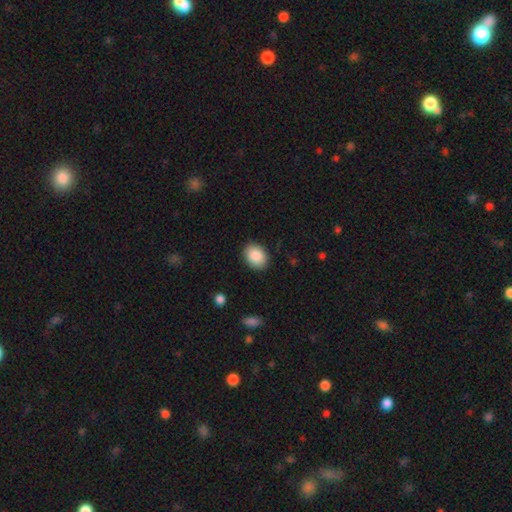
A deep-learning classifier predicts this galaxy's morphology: This is clearly a smooth galaxy (89%). How rounded: likely in between (62%). Merging: clearly none (89%).